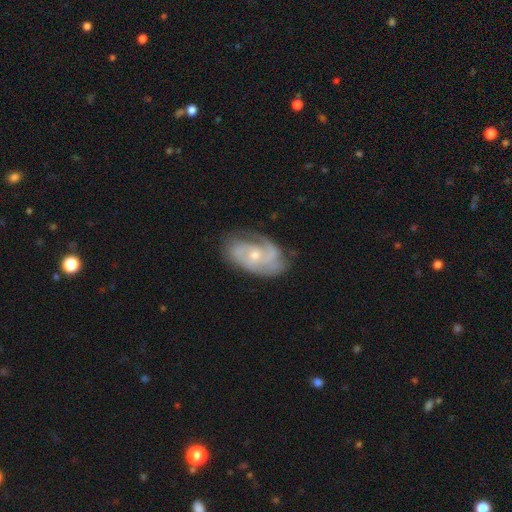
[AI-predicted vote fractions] featured or disk 81%, smooth 13%, star or artifact 6%. Down the decision tree: edge-on disk — no (96%); bar — no (69%); spiral arms — yes (94%); spiral arm count — 2 (42%); spiral winding — tight (48%); bulge size — small (53%); merging — none (66%).